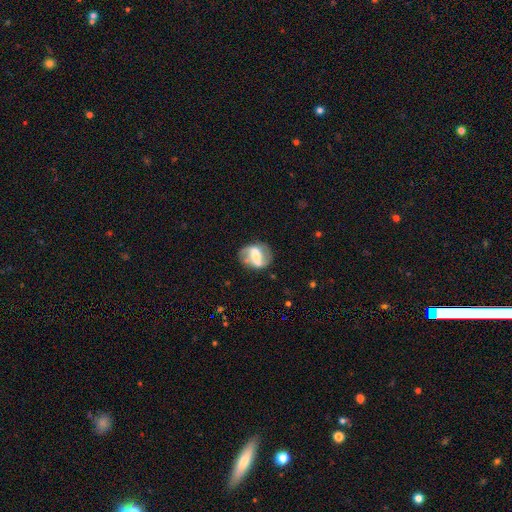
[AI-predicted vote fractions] A featured or disk galaxy (62%) with a strong bar (56%), spiral arms (58%) and a moderate central bulge (26%, tied with none). Merging: none (61%).